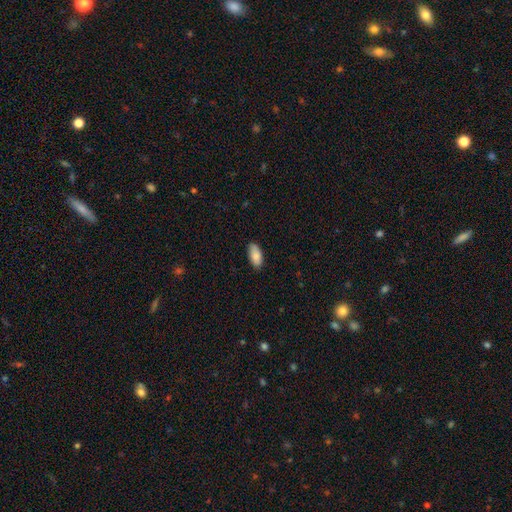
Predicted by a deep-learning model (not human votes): smooth-or-featured: smooth: 84% | featured or disk: 10% | star or artifact: 6%
  how-rounded: in between: 91% | cigar-shaped: 6% | round: 2%
  merging: none: 82% | minor disturbance: 15% | major disturbance: 2% | merger: 1%